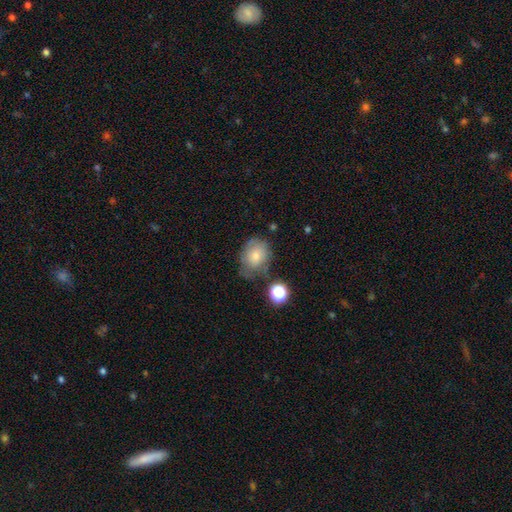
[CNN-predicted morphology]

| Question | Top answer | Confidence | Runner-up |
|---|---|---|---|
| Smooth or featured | smooth | 70% | featured or disk (20%) |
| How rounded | round | 51% | in between (48%) |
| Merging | none | 50% | minor disturbance (30%) |